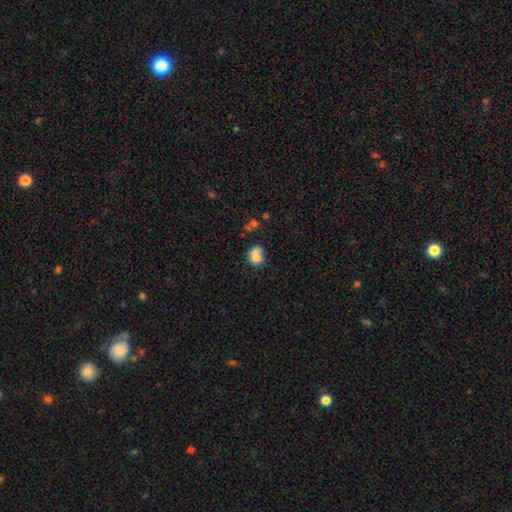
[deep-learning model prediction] Smooth or featured?
  - smooth: 75% *
  - featured or disk: 14%
  - star or artifact: 11%
How rounded?
  - round: 54% *
  - in between: 45%
  - cigar-shaped: 1%
Merging?
  - none: 39% *
  - merger: 36%
  - minor disturbance: 18%
  - major disturbance: 8%